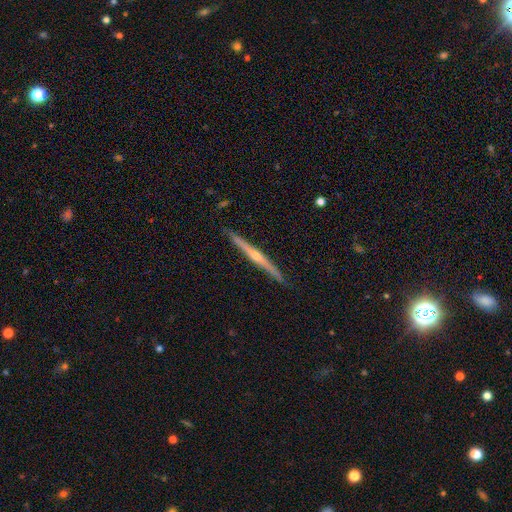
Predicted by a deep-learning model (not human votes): Overall: featured or disk (77%). Edge-on disk: yes (98%). Edge-on bulge: rounded (81%). Merging: none (90%).